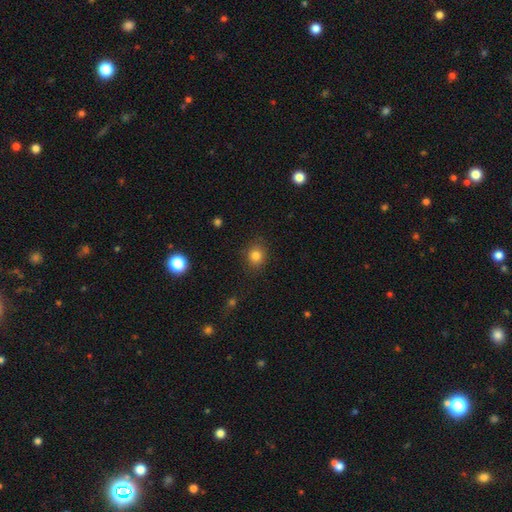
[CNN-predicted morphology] Smooth or featured? Predicted: smooth (p=0.82). How rounded? Predicted: round (p=0.74). Merging? Predicted: none (p=0.85).